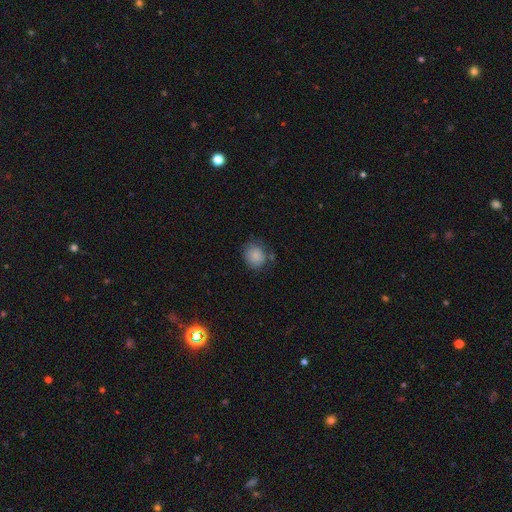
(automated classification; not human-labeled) Overall: smooth (86%). How rounded: round (70%). Merging: none (72%).